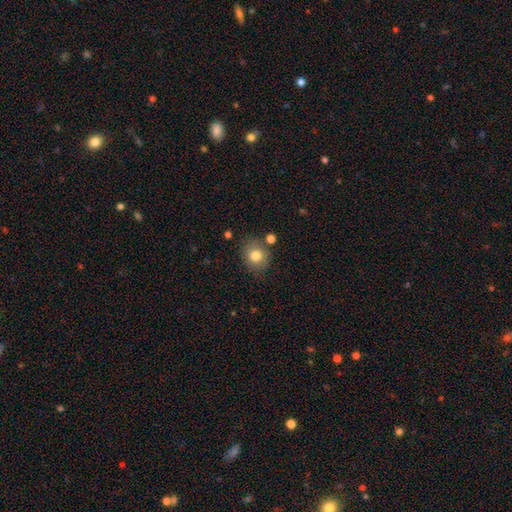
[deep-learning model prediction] A smooth galaxy with no disk features (80%) that is round (75%). Merging: none (78%).